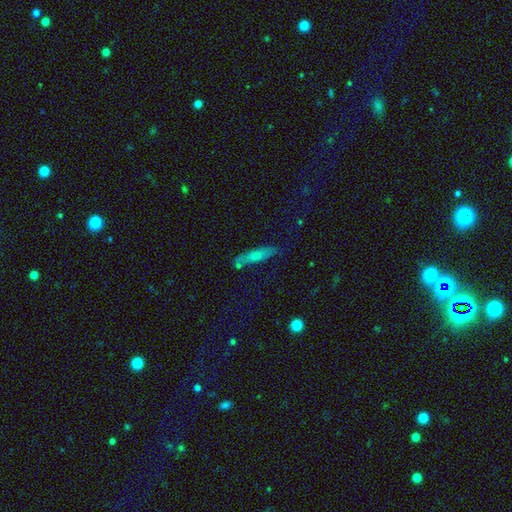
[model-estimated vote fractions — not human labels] A smooth galaxy with no disk features (63%) that is cigar-shaped (77%).

Vote fractions:
- Smooth or featured? smooth: 63% / featured or disk: 28% / star or artifact: 9%
- How rounded? cigar-shaped: 77% / in between: 21% / round: 2%
- Merging? none: 69% / minor disturbance: 18% / merger: 8% / major disturbance: 5%